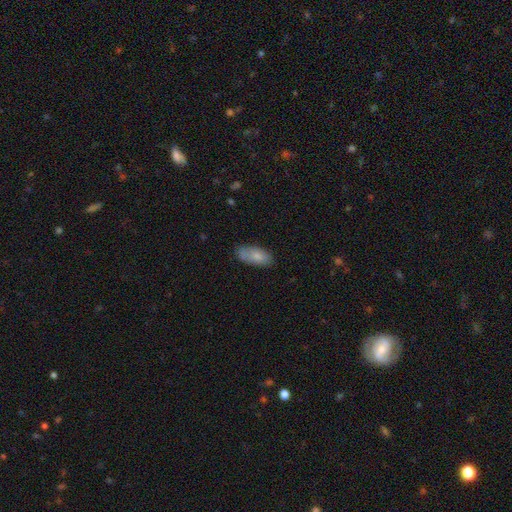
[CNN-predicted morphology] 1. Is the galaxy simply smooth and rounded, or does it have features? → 80% smooth, 13% featured or disk, 6% star or artifact.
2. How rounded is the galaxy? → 86% in between, 12% cigar-shaped, 2% round.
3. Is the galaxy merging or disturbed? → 71% none, 22% minor disturbance, 4% major disturbance, 3% merger.